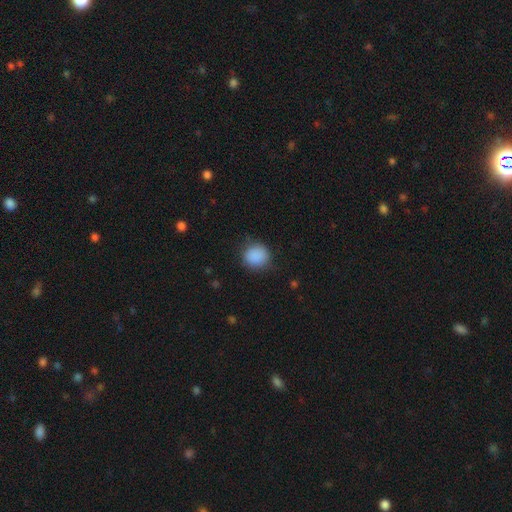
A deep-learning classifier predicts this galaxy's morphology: The model was most divided on "how rounded": round: 82%, in between: 17%, cigar-shaped: 1%. More confident: smooth or featured — smooth (88%); merging — none (81%).